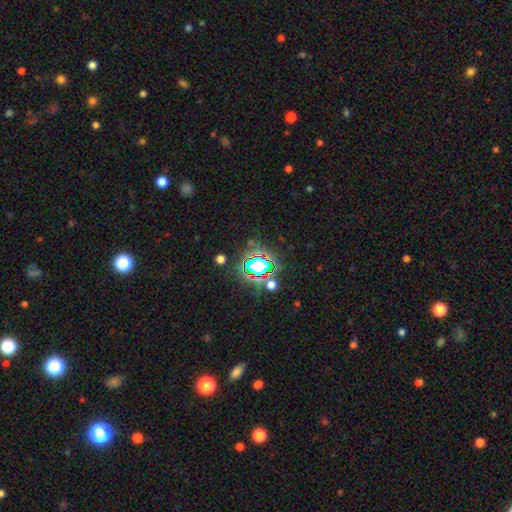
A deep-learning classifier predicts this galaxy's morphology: type=star or artifact (78%).